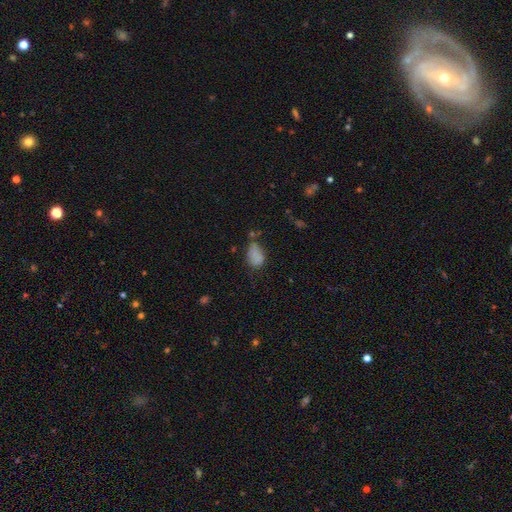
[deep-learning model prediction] Smooth or featured?
  - smooth: 77% *
  - star or artifact: 12%
  - featured or disk: 11%
How rounded?
  - in between: 83% *
  - round: 15%
  - cigar-shaped: 2%
Merging?
  - none: 47% *
  - minor disturbance: 31%
  - major disturbance: 12%
  - merger: 9%